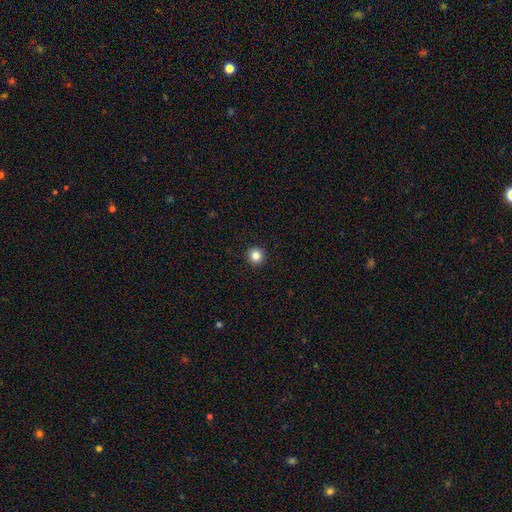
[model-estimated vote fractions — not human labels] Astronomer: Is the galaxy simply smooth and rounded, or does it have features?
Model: smooth — 84%.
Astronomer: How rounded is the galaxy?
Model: round — 96%.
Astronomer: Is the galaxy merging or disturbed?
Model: none — 94%.